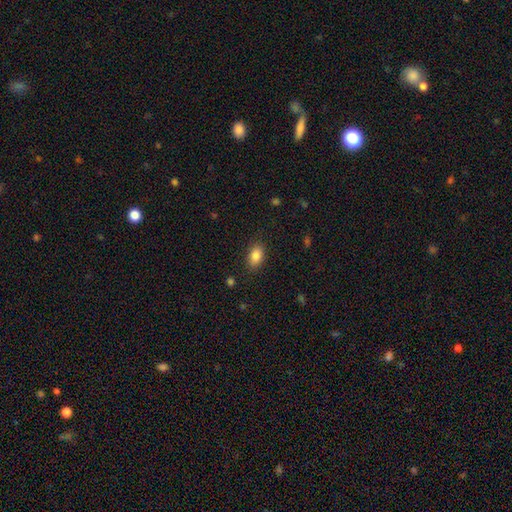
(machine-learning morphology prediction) The model was most divided on "merging": none: 86%, minor disturbance: 10%, major disturbance: 3%, merger: 1%. More confident: how rounded — in between (89%); smooth or featured — smooth (85%).